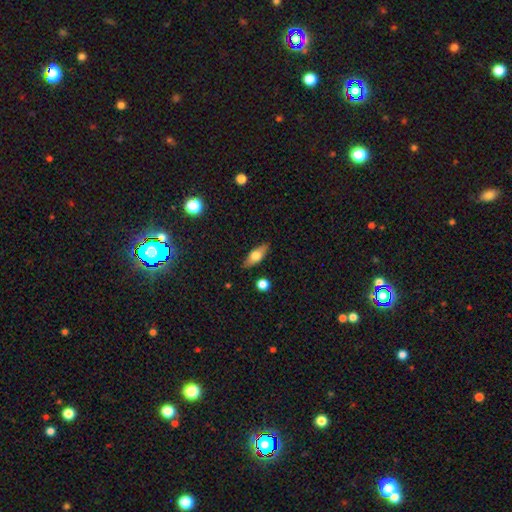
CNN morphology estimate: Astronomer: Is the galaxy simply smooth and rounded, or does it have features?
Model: smooth — 58% (runner-up: featured or disk, 35%).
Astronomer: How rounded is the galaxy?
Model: in between — 68%.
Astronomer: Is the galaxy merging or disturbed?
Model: none — 86%.